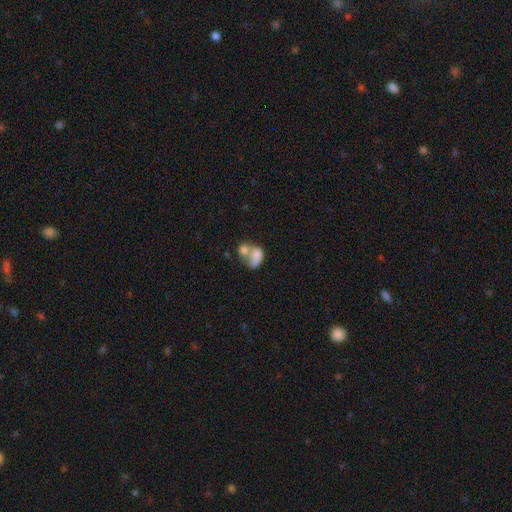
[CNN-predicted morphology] A smooth galaxy with no disk features (71%) that is in between round and cigar-shaped (73%). Merging: merger (64%).